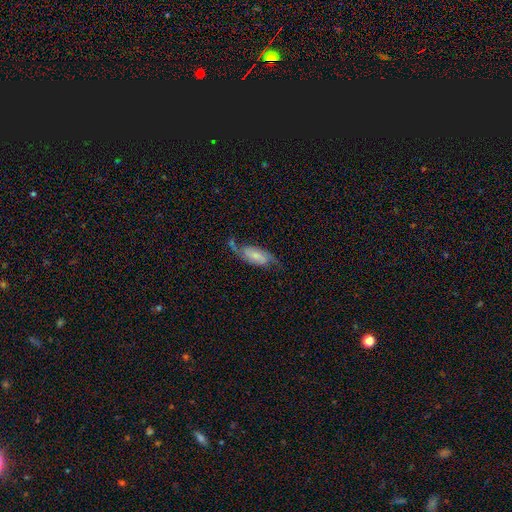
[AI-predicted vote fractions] A featured or disk galaxy (69%) with no bar (41%), 2 (89%) loose (49%) spiral arms (93%) and a small central bulge (44%).

Vote fractions:
- Smooth or featured? featured or disk: 69% / smooth: 24% / star or artifact: 7%
- Edge-on disk? no: 92% / yes: 8%
- Bar? no: 41% / weak: 39% / strong: 19%
- Spiral arms? yes: 93% / no: 7%
- Spiral winding? loose: 49% / medium: 36% / tight: 15%
- Spiral arm count? 2: 89% / can't tell: 5% / 1: 3% / 3: 1% / 4: 1% / more than 4: 1%
- Bulge size? small: 44% / moderate: 25% / none: 20% / large: 8% / dominant: 3%
- Merging? none: 60% / minor disturbance: 21% / major disturbance: 13% / merger: 5%